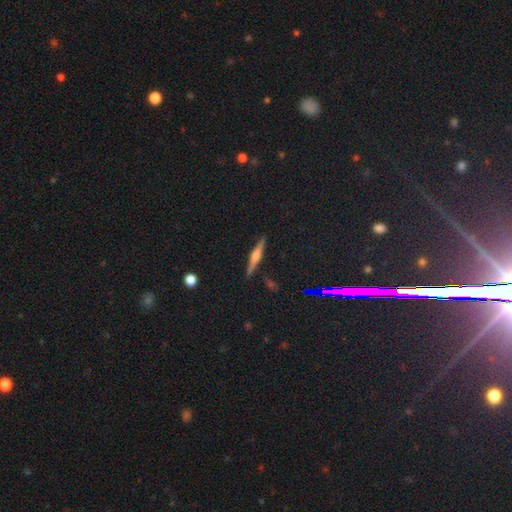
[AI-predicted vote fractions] This appears to be a featured or disk galaxy (68%) viewed edge-on (98%) with a rounded central bulge (73%). Merging: none (90%).